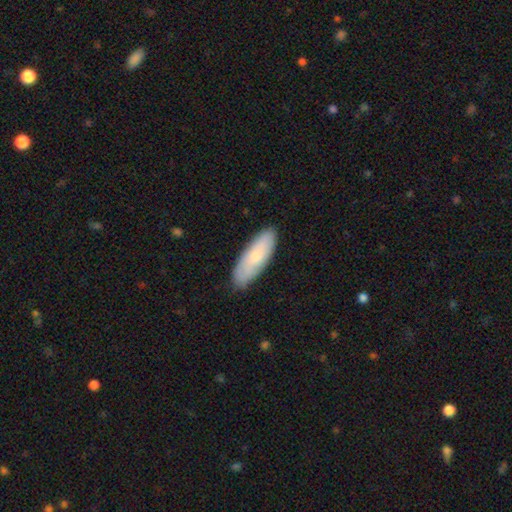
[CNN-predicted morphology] Smooth or featured? Predicted: smooth (p=0.75). How rounded? Predicted: in between (p=0.60). Merging? Predicted: none (p=0.86).